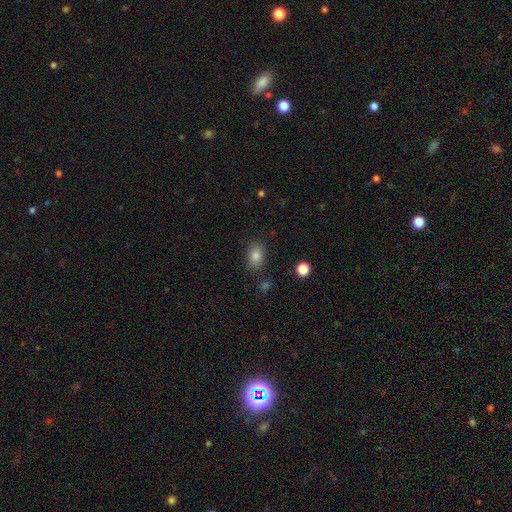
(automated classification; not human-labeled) Smooth or featured?
  - smooth: 82% *
  - star or artifact: 12%
  - featured or disk: 6%
How rounded?
  - in between: 79% *
  - round: 19%
  - cigar-shaped: 1%
Merging?
  - none: 82% *
  - minor disturbance: 12%
  - major disturbance: 3%
  - merger: 3%